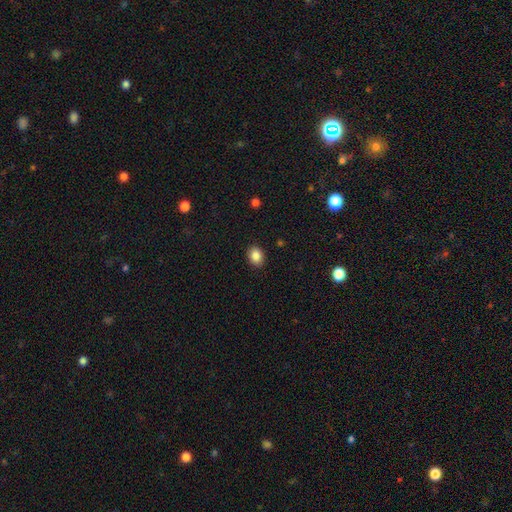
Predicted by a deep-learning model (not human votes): smooth-or-featured: smooth: 86% | star or artifact: 9% | featured or disk: 4%
  how-rounded: in between: 56% | round: 43% | cigar-shaped: 1%
  merging: none: 90% | minor disturbance: 8% | major disturbance: 2% | merger: 1%